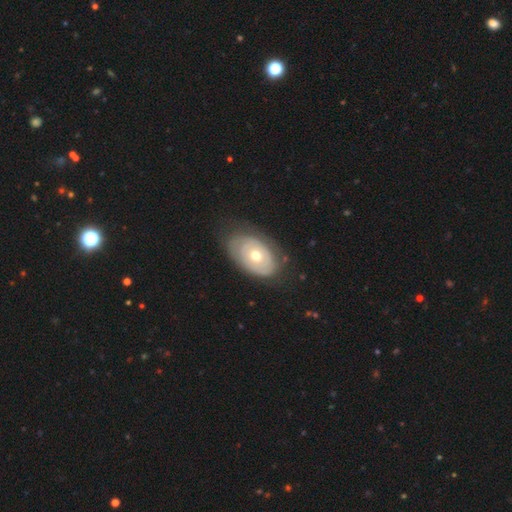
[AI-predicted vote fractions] Smooth or featured? Predicted: featured or disk (p=0.56). Edge-on disk? Predicted: no (p=0.92). Bar? Predicted: no (p=0.90). Spiral arms? Predicted: no (p=0.66). Bulge size? Predicted: moderate (p=0.77). Merging? Predicted: none (p=0.72).